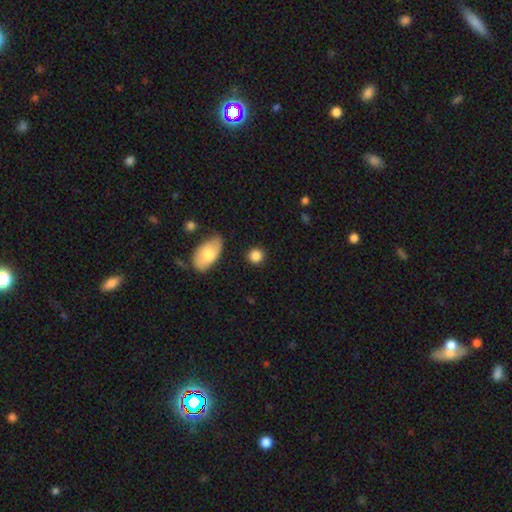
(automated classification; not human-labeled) Overall: smooth (85%). How rounded: round (84%). Merging: none (85%).